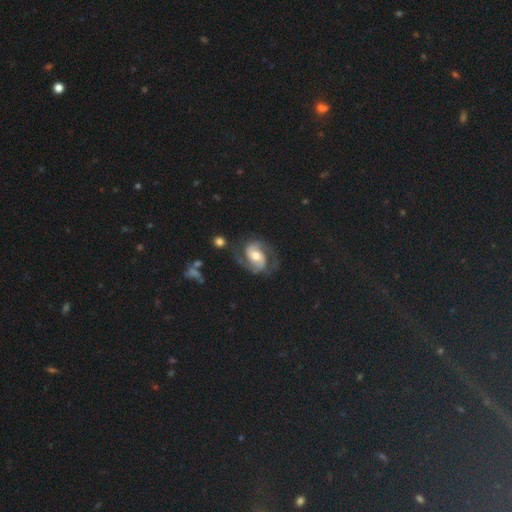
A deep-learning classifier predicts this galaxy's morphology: smooth_or_featured: featured or disk (p=0.84) [alt: smooth p=0.09]
disk_edge_on: no (p=0.98) [alt: yes p=0.02]
bar: no (p=0.50) [alt: weak p=0.36]
has_spiral_arms: yes (p=0.96) [alt: no p=0.04]
spiral_winding: medium (p=0.54) [alt: tight p=0.27]
spiral_arm_count: 2 (p=0.91) [alt: can't tell p=0.03]
bulge_size: moderate (p=0.68) [alt: small p=0.15]
merging: none (p=0.70) [alt: minor disturbance p=0.17]